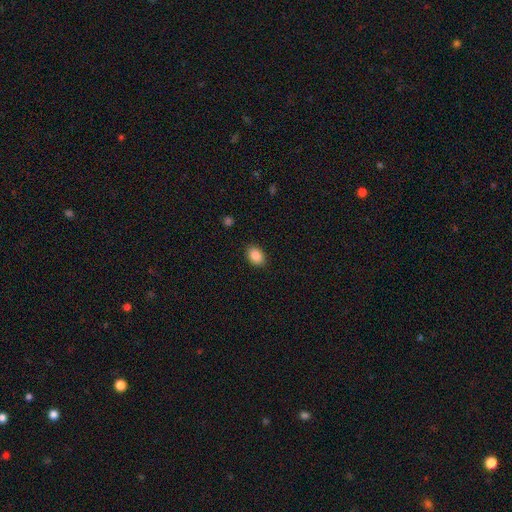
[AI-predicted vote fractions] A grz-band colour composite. It shows a smooth galaxy with no disk features (89%) that is in between round and cigar-shaped (80%). Merging: none (88%).